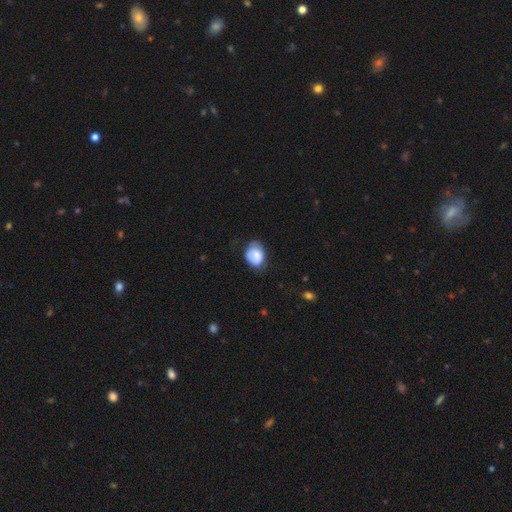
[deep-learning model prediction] Smooth or featured? smooth (75%)
How rounded? in between (66%)
Merging? none (53%)